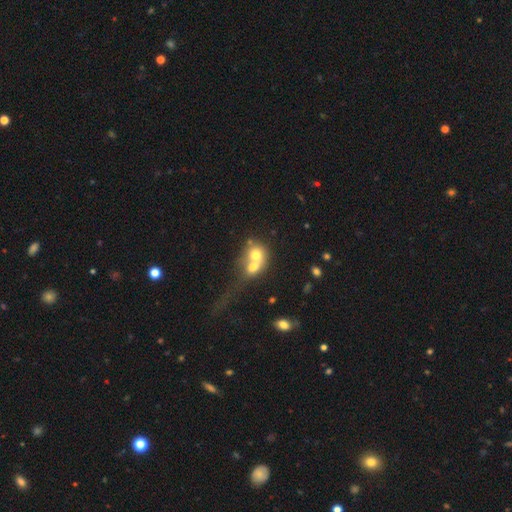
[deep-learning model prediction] Smooth or featured? Predicted: smooth (p=0.64). How rounded? Predicted: round (p=0.64). Merging? Predicted: merger (p=0.73).